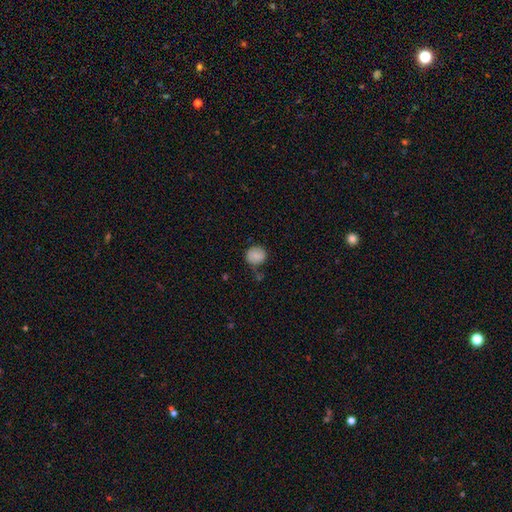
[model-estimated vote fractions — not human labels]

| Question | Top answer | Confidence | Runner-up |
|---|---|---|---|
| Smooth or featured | smooth | 82% | featured or disk (10%) |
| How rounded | round | 80% | in between (19%) |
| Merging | none | 68% | minor disturbance (21%) |